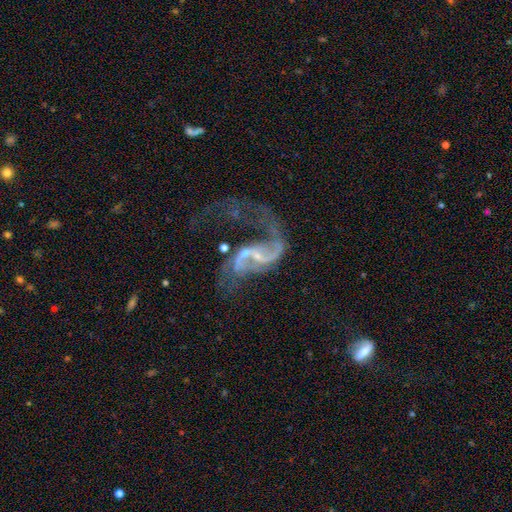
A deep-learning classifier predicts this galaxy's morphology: A featured or disk galaxy (87%) with no bar (43%), 2 (75%) loose (77%) spiral arms (90%) and a small central bulge (62%).

Vote fractions:
- Smooth or featured? featured or disk: 87% / star or artifact: 8% / smooth: 6%
- Edge-on disk? no: 97% / yes: 3%
- Bar? no: 43% / weak: 42% / strong: 15%
- Spiral arms? yes: 90% / no: 10%
- Spiral winding? loose: 77% / medium: 18% / tight: 5%
- Spiral arm count? 2: 75% / 1: 15% / can't tell: 5% / 3: 2% / 4: 2% / more than 4: 2%
- Bulge size? small: 62% / moderate: 19% / none: 16% / large: 2% / dominant: 1%
- Merging? major disturbance: 43% / none: 24% / merger: 21% / minor disturbance: 11%